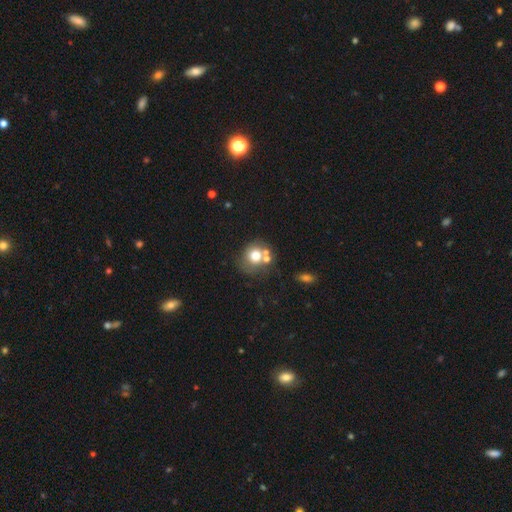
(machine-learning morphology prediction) Overall: smooth (69%). How rounded: round (78%). Merging: none (50%; merger 29%).